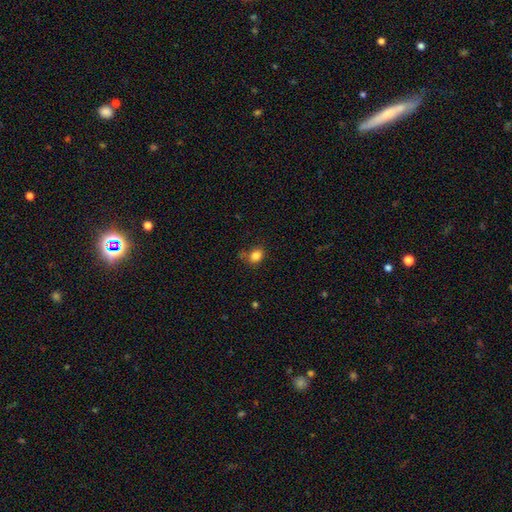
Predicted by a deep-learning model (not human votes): smooth-or-featured: smooth: 84% | star or artifact: 11% | featured or disk: 5%
  how-rounded: round: 51% | in between: 48% | cigar-shaped: 1%
  merging: none: 68% | minor disturbance: 21% | major disturbance: 6% | merger: 5%